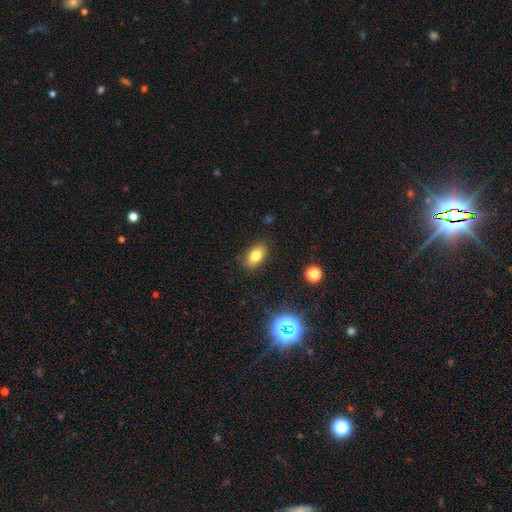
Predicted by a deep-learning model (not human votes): Morphology: type=smooth (78%); roundness=in between (87%); merging=none (85%).